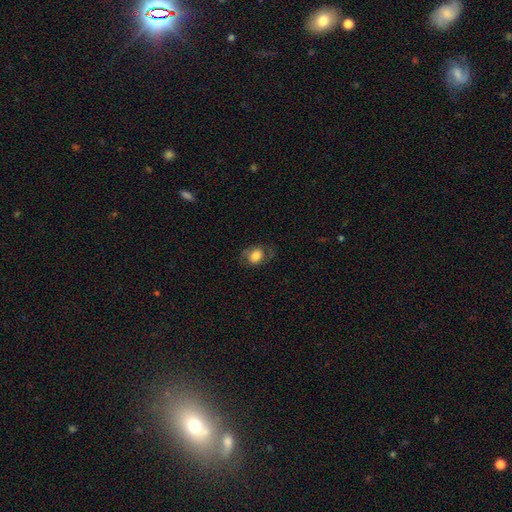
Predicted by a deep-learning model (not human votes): A smooth galaxy with no disk features (69%) that is in between round and cigar-shaped (52%). Merging: none (66%).